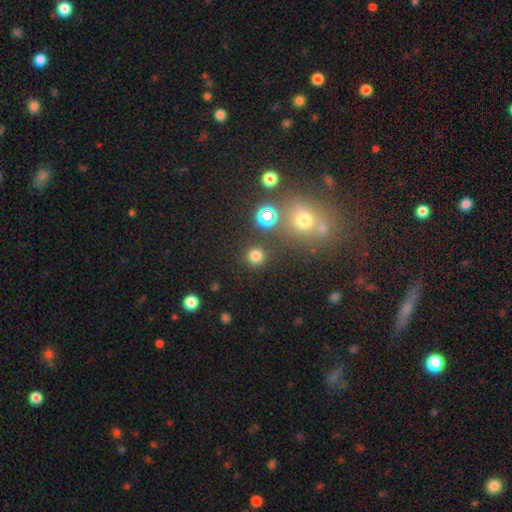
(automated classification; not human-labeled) Smooth or featured?
  - smooth: 75% *
  - star or artifact: 20%
  - featured or disk: 5%
How rounded?
  - round: 93% *
  - in between: 6%
  - cigar-shaped: 1%
Merging?
  - none: 88% *
  - minor disturbance: 6%
  - merger: 3%
  - major disturbance: 3%